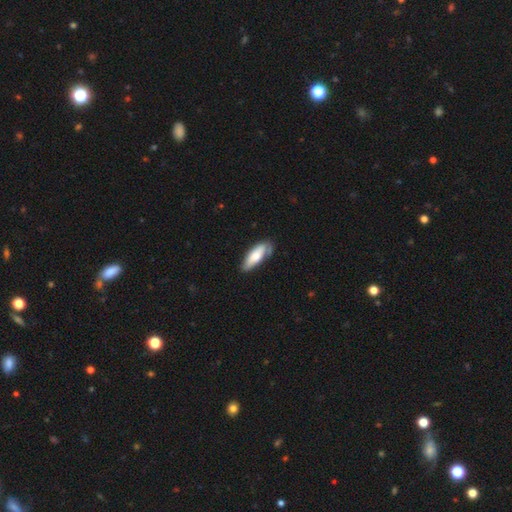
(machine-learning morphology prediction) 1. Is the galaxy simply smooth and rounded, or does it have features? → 69% smooth, 25% featured or disk, 5% star or artifact.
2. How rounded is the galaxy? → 61% in between, 37% cigar-shaped, 2% round.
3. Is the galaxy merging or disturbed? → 62% none, 27% minor disturbance, 7% major disturbance, 4% merger.